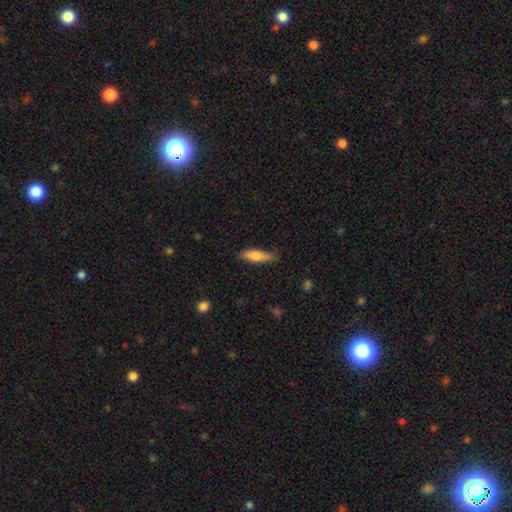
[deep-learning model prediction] The model was most divided on "how rounded": cigar-shaped: 68%, in between: 30%, round: 2%. More confident: merging — none (75%); smooth or featured — smooth (72%).